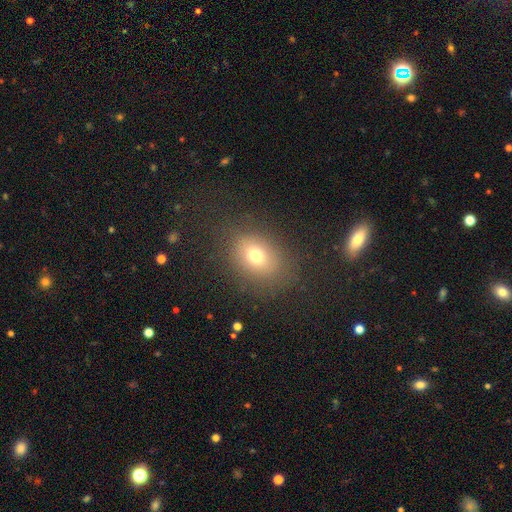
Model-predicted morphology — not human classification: Overall: smooth (71%). How rounded: in between (60%; round 39%). Merging: none (77%).